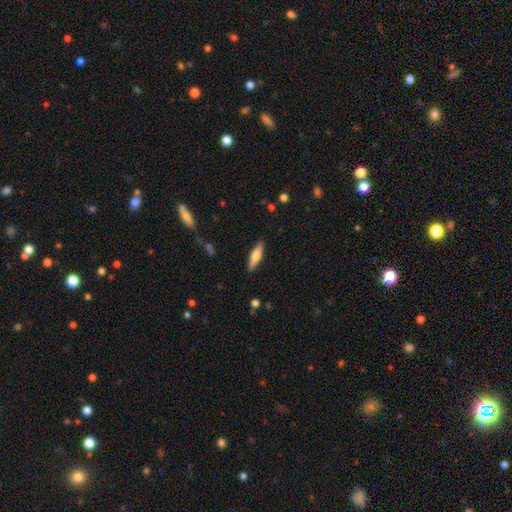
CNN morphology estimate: Smooth or featured: smooth — 54% (featured or disk — 40%)
How rounded: cigar-shaped — 71% (in between — 27%)
Merging: none — 89% (minor disturbance — 8%)